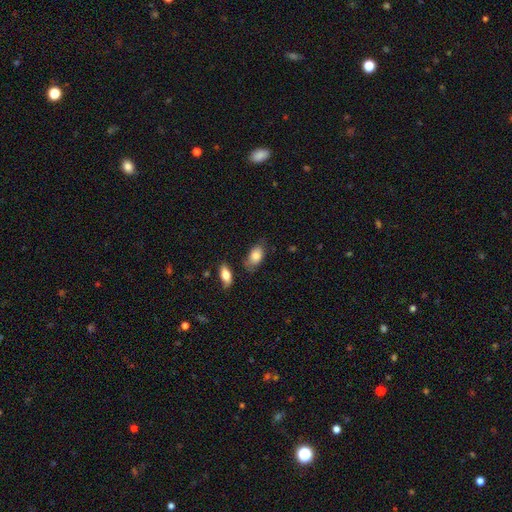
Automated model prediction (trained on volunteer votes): A smooth galaxy with no disk features (81%) that is in between round and cigar-shaped (91%).

Vote fractions:
- Smooth or featured? smooth: 81% / featured or disk: 12% / star or artifact: 7%
- How rounded? in between: 91% / round: 7% / cigar-shaped: 2%
- Merging? none: 62% / minor disturbance: 26% / major disturbance: 6% / merger: 6%